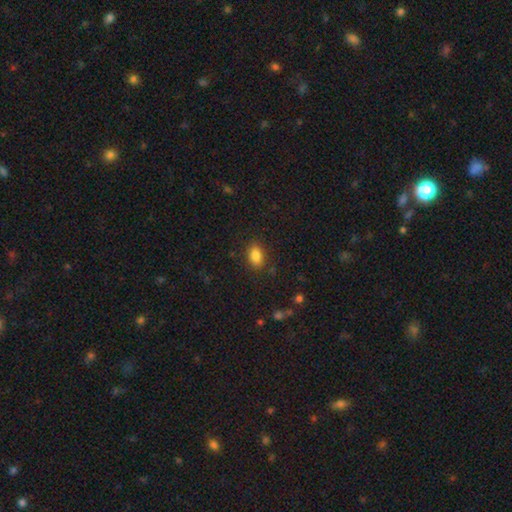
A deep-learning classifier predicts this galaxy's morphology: Overall: smooth (85%). How rounded: in between (86%). Merging: none (85%).